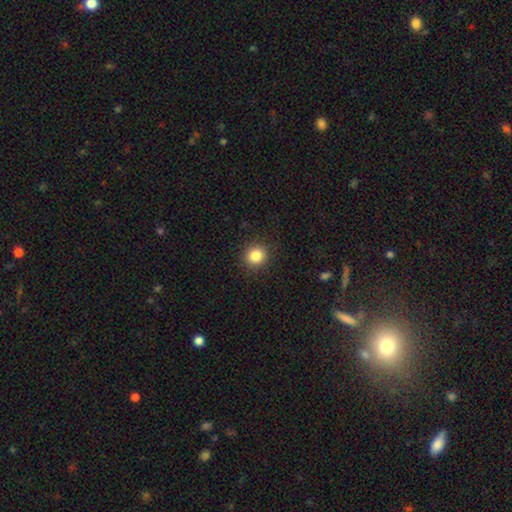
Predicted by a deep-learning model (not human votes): smooth_or_featured: smooth (p=0.84) [alt: star or artifact p=0.11]
how_rounded: round (p=0.92) [alt: in between p=0.07]
merging: none (p=0.90) [alt: minor disturbance p=0.06]